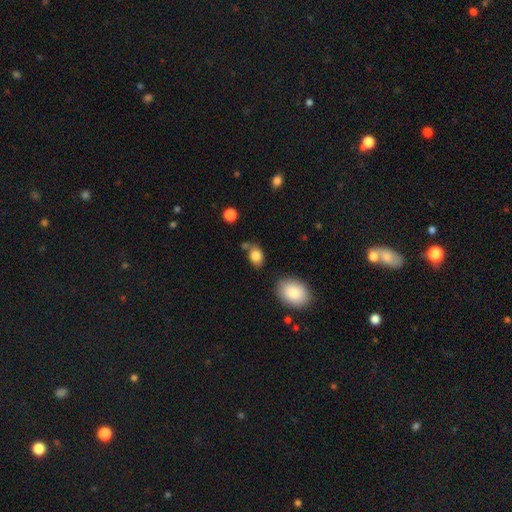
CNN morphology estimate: smooth-or-featured: smooth: 84% | star or artifact: 9% | featured or disk: 7%
  how-rounded: in between: 75% | round: 24% | cigar-shaped: 1%
  merging: none: 62% | minor disturbance: 20% | merger: 12% | major disturbance: 6%